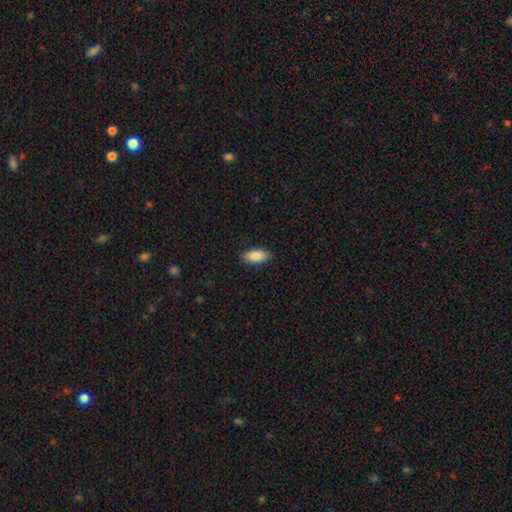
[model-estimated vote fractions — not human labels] This is clearly a smooth galaxy (89%). How rounded: clearly in between (90%). Merging: clearly none (87%).